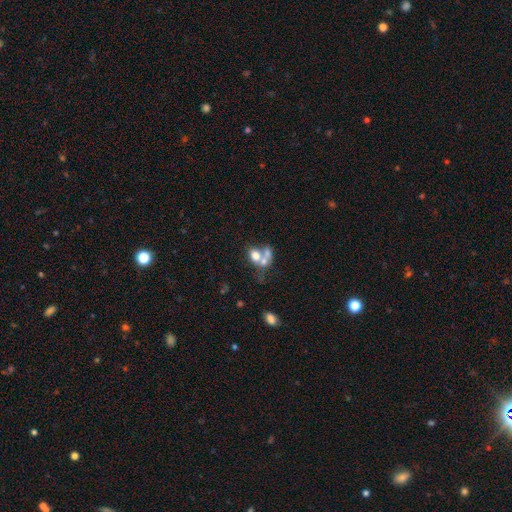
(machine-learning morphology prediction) smooth-or-featured: smooth: 63% | featured or disk: 25% | star or artifact: 12%
  how-rounded: in between: 54% | round: 45% | cigar-shaped: 1%
  merging: merger: 62% | none: 23% | minor disturbance: 7% | major disturbance: 7%